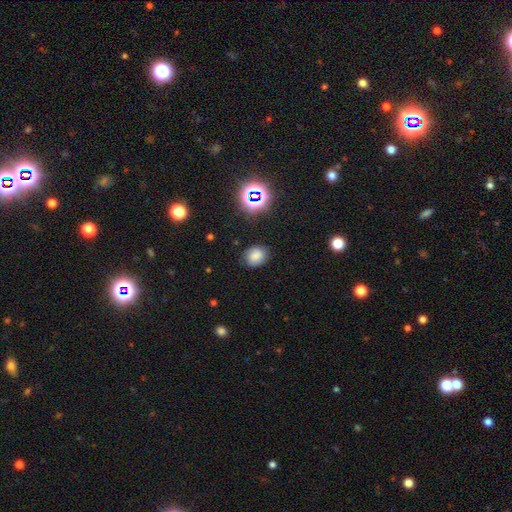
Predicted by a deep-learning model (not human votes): The model was most divided on "how rounded": round: 51%, in between: 48%, cigar-shaped: 1%. More confident: merging — none (79%); smooth or featured — smooth (69%).